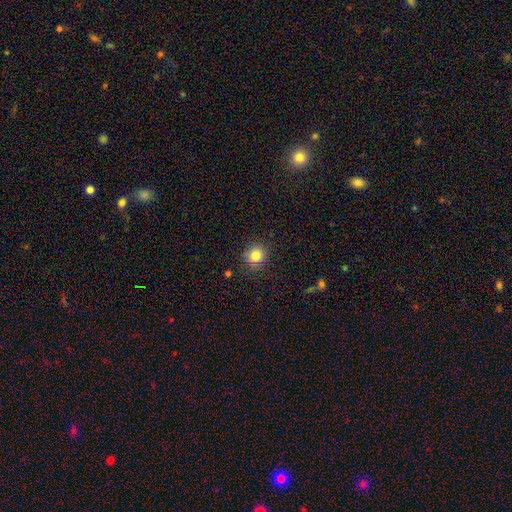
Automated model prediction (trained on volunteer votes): Smooth or featured? smooth (82%)
How rounded? round (86%)
Merging? none (87%)